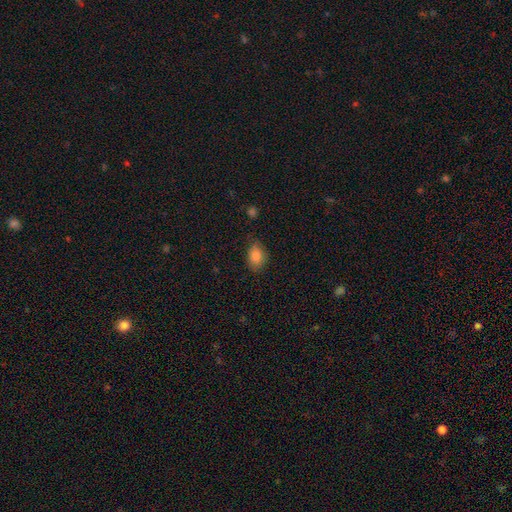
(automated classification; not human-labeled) smooth-or-featured: smooth: 86% | star or artifact: 9% | featured or disk: 5%
  how-rounded: in between: 79% | round: 20% | cigar-shaped: 1%
  merging: none: 75% | minor disturbance: 20% | major disturbance: 4% | merger: 1%